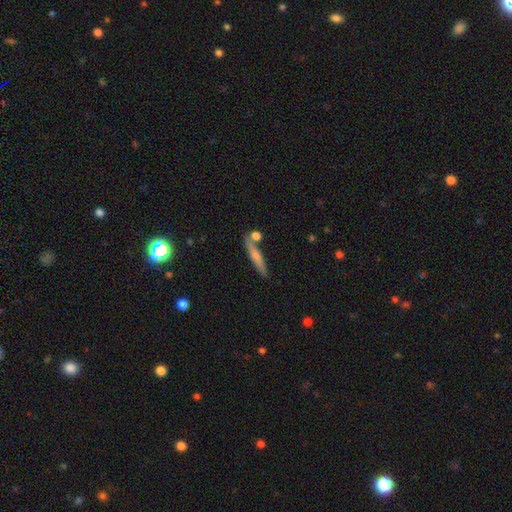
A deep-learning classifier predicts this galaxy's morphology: This appears to be a smooth galaxy with no disk features (61%) that is cigar-shaped (88%). Merging: none (72%).